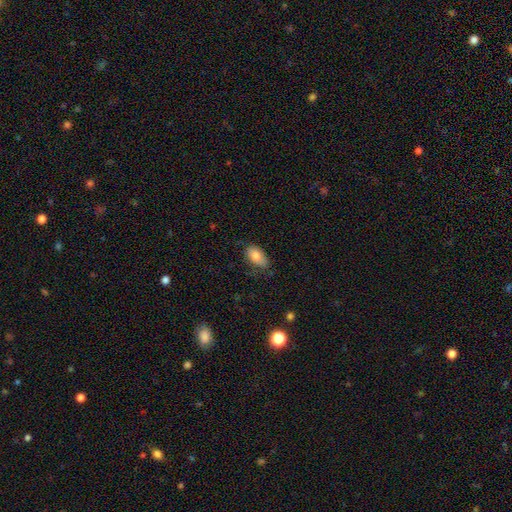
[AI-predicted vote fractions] A smooth galaxy with no disk features (82%) that is in between round and cigar-shaped (92%). Merging: none (68%).